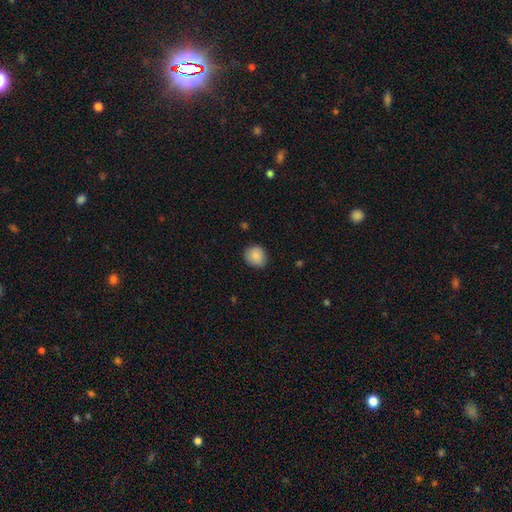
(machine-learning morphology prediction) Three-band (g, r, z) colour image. It shows a smooth galaxy with no disk features (88%) that is round (77%). Merging: none (85%).